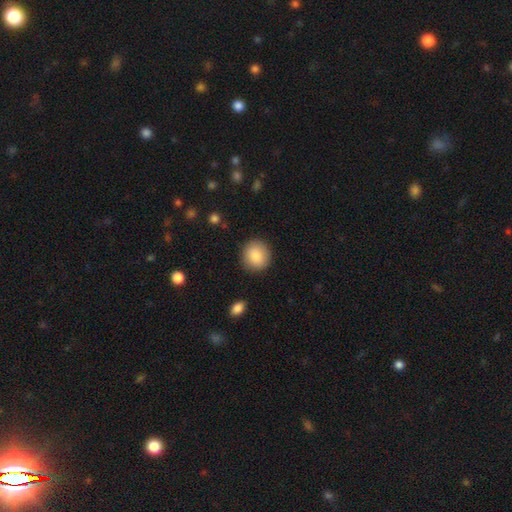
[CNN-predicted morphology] The model was most divided on "how rounded": round: 86%, in between: 13%, cigar-shaped: 1%. More confident: merging — none (89%); smooth or featured — smooth (85%).